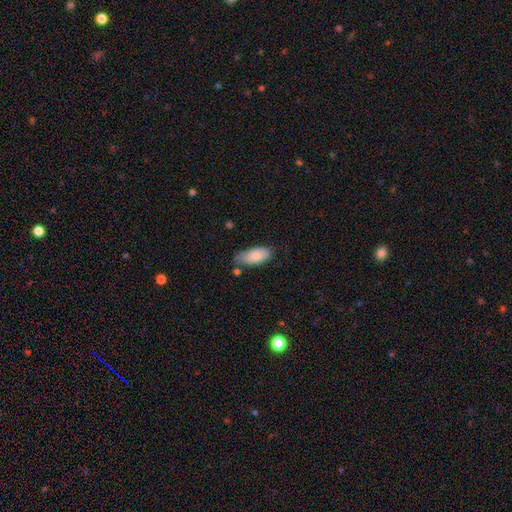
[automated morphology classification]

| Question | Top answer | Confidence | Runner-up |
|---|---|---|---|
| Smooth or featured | smooth | 83% | featured or disk (11%) |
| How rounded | in between | 88% | cigar-shaped (10%) |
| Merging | none | 57% | minor disturbance (31%) |